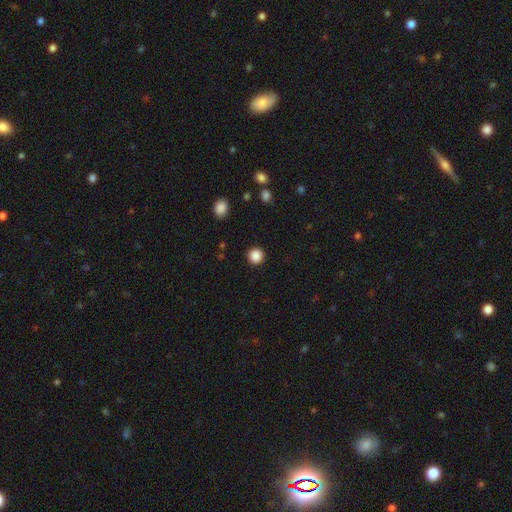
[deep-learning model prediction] The model was most divided on "smooth or featured": smooth: 87%, star or artifact: 10%, featured or disk: 3%. More confident: how rounded — round (94%); merging — none (92%).